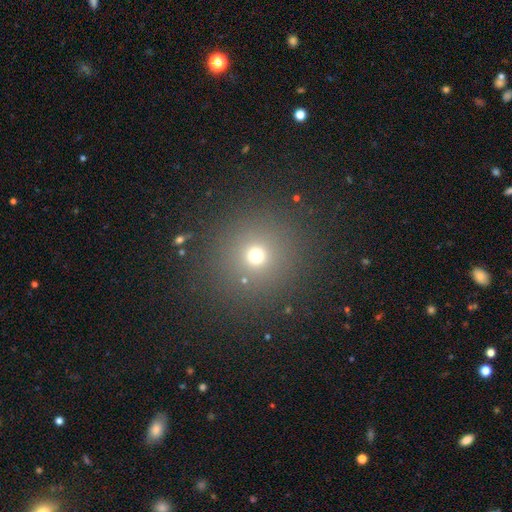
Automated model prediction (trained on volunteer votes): A smooth galaxy with no disk features (68%) that is round (92%). Merging: none (86%).